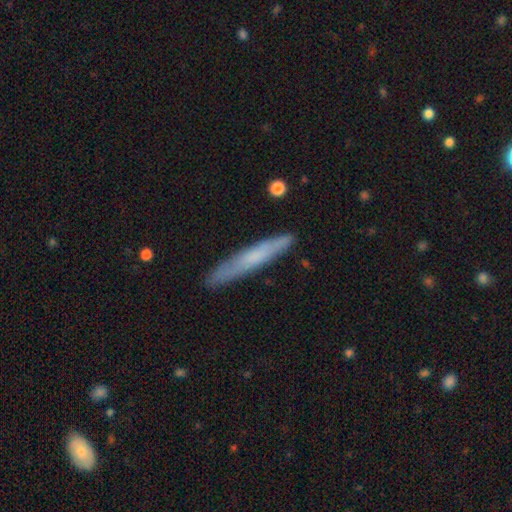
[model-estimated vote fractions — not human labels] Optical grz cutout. It shows a smooth galaxy with no disk features (59%) that is cigar-shaped (95%). Merging: none (87%).